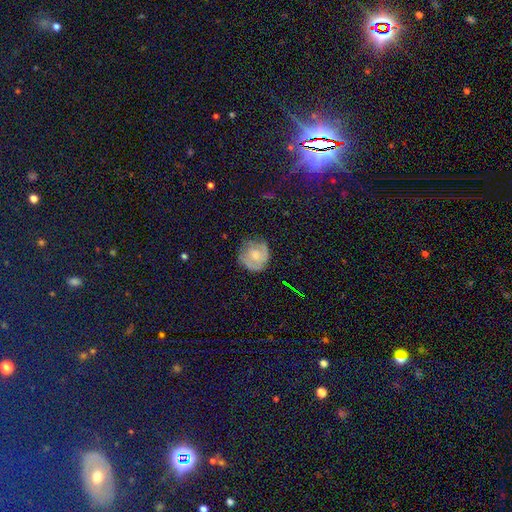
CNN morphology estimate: Smooth or featured? Predicted: smooth (p=0.47). Merging? Predicted: none (p=0.69).